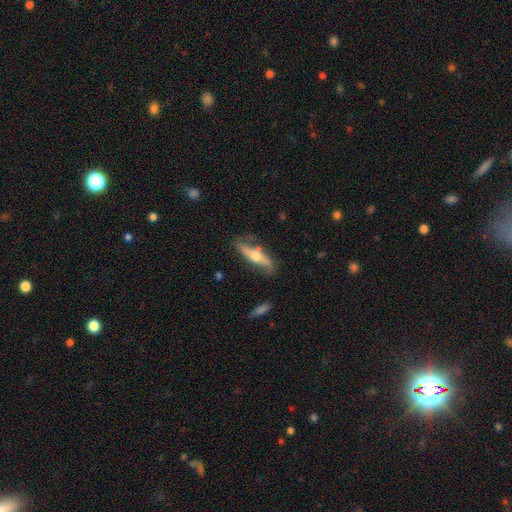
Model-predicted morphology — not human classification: Smooth or featured? Predicted: featured or disk (p=0.61). Edge-on disk? Predicted: yes (p=0.71). Merging? Predicted: none (p=0.70).